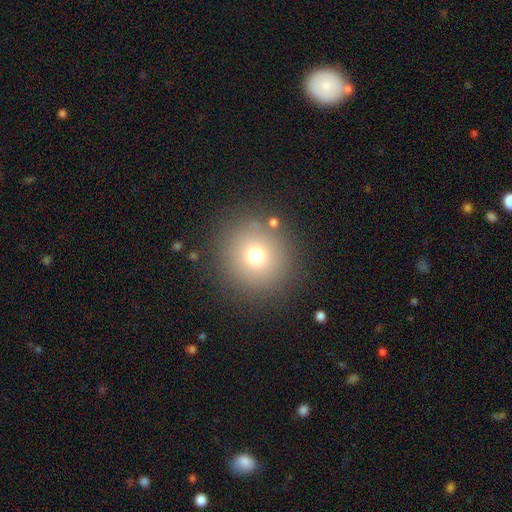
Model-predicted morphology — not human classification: The model was most divided on "smooth or featured": smooth: 71%, star or artifact: 17%, featured or disk: 11%. More confident: how rounded — round (93%); merging — none (86%).